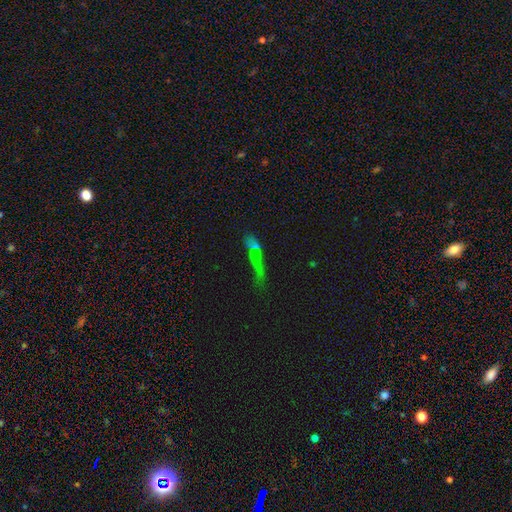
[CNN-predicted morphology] A smooth galaxy with no disk features (51%) that is cigar-shaped (64%). Merging: none (44%).